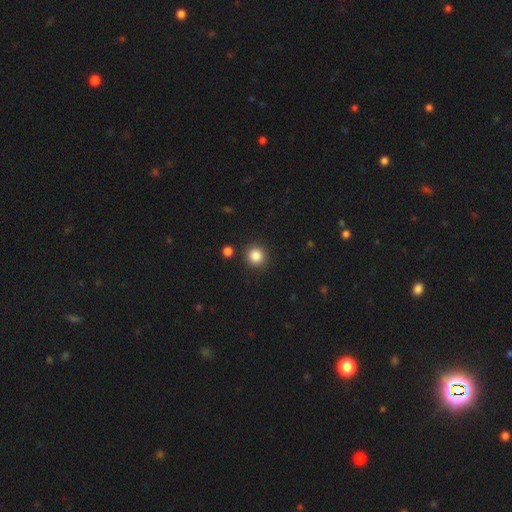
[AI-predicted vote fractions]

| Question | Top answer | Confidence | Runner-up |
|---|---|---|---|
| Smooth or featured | smooth | 86% | star or artifact (11%) |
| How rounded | round | 92% | in between (7%) |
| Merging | none | 89% | minor disturbance (6%) |